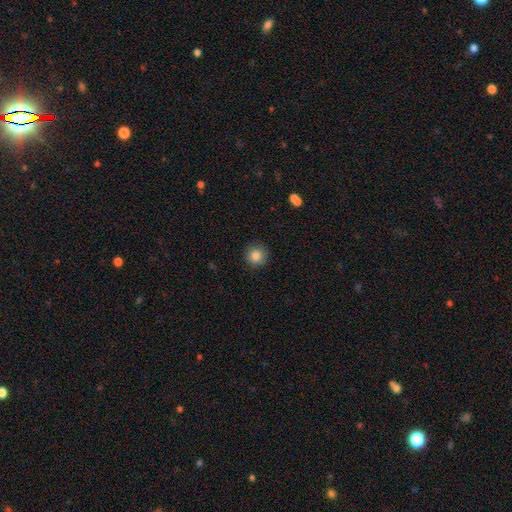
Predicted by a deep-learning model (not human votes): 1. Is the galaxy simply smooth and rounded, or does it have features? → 85% smooth, 10% star or artifact, 5% featured or disk.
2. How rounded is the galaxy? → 93% round, 6% in between, 1% cigar-shaped.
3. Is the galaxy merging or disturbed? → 88% none, 8% minor disturbance, 2% major disturbance, 1% merger.